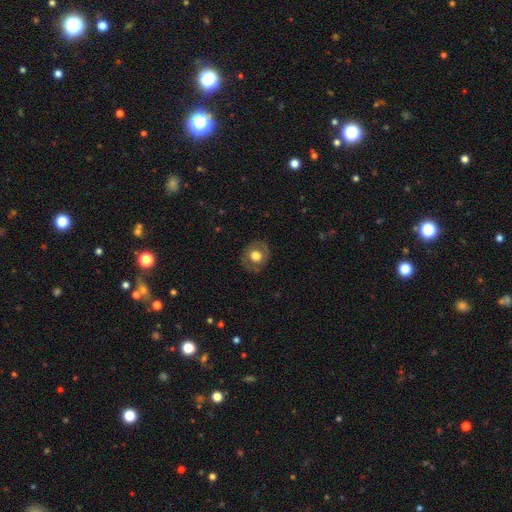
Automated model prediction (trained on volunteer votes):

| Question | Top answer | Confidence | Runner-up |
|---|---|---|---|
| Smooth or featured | smooth | 60% | featured or disk (32%) |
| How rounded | round | 76% | in between (23%) |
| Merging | none | 82% | minor disturbance (12%) |